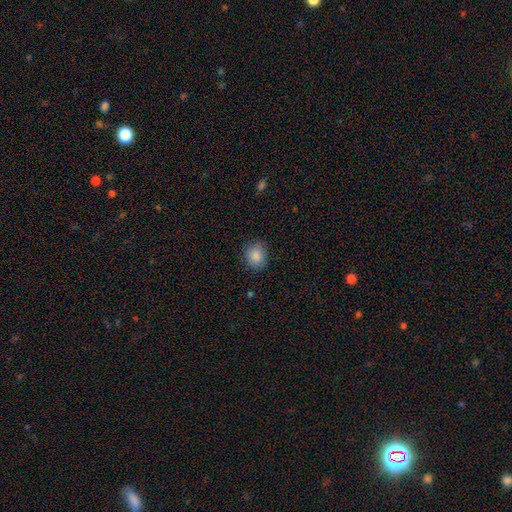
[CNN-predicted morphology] This appears to be a smooth galaxy with no disk features (86%) that is round (73%). Merging: none (84%).